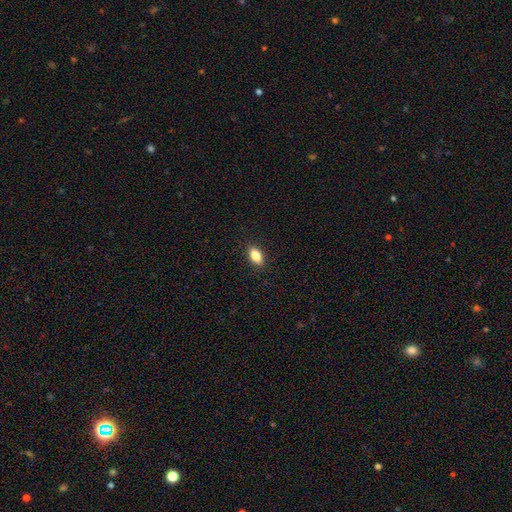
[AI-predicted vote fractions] Smooth or featured? smooth (85%)
How rounded? in between (89%)
Merging? none (89%)